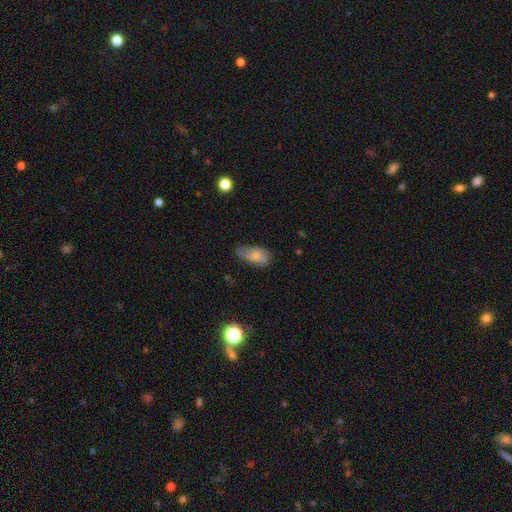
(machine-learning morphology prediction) Smooth or featured: smooth — 74% (featured or disk — 18%)
How rounded: in between — 91% (cigar-shaped — 5%)
Merging: none — 55% (minor disturbance — 35%)